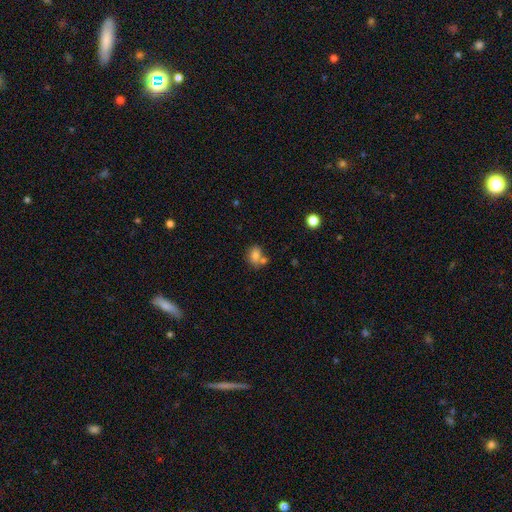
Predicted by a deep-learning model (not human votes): smooth-or-featured: smooth: 77% | featured or disk: 12% | star or artifact: 11%
  how-rounded: in between: 70% | round: 28% | cigar-shaped: 2%
  merging: none: 47% | merger: 34% | minor disturbance: 14% | major disturbance: 5%